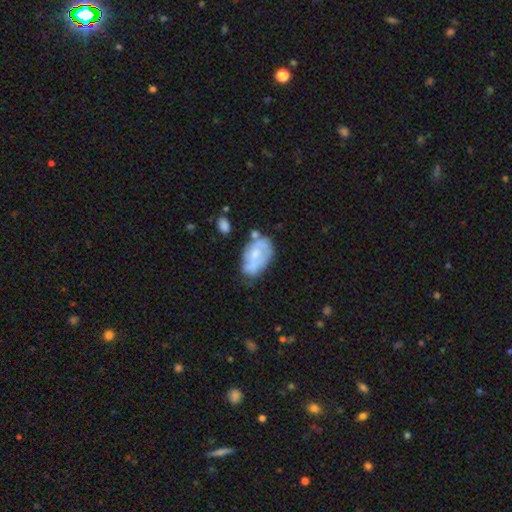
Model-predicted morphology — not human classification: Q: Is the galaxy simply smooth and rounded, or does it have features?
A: featured or disk — 54%.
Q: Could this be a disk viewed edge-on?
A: no — 96%.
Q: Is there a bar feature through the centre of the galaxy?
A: no — 67%.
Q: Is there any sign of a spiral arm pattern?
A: yes — 60%.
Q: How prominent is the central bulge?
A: small — 45%.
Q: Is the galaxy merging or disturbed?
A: none — 43%.